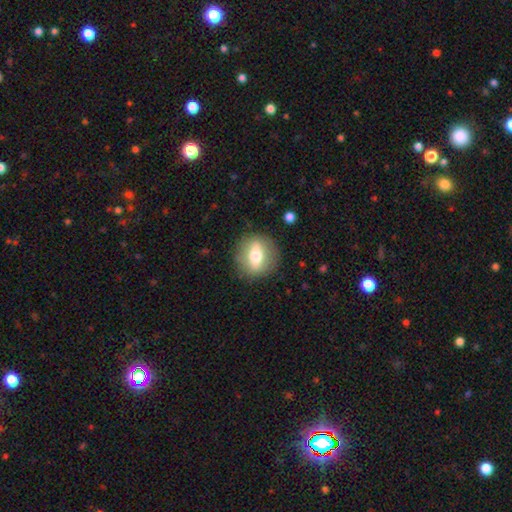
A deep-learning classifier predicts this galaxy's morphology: A smooth galaxy with no disk features (48%).

Vote fractions:
- Smooth or featured? smooth: 48% / featured or disk: 44% / star or artifact: 8%
- Merging? none: 86% / minor disturbance: 9% / major disturbance: 4% / merger: 1%